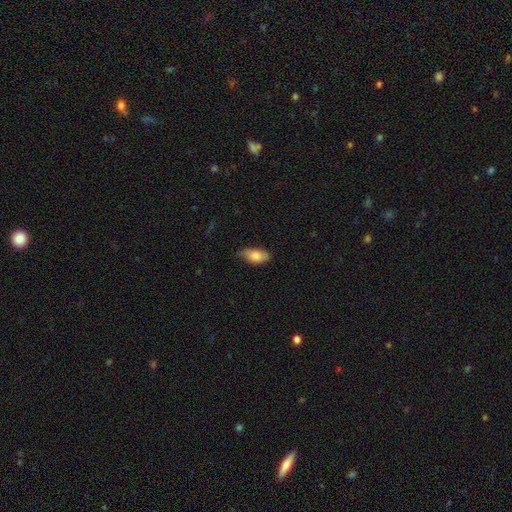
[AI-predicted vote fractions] This is clearly a smooth galaxy (82%). How rounded: clearly in between (92%). Merging: likely none (63%).